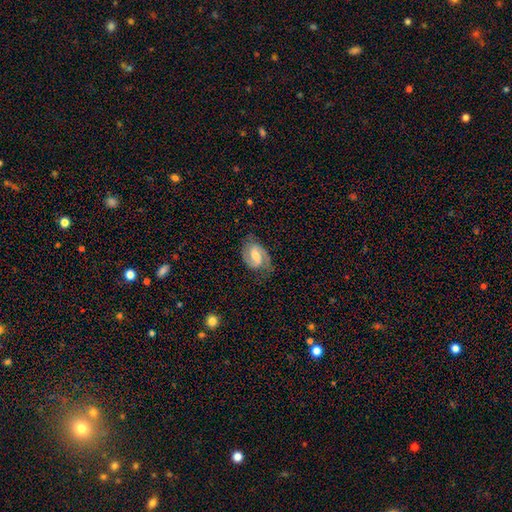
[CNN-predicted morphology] Smooth or featured? Predicted: featured or disk (p=0.84). Edge-on disk? Predicted: no (p=0.98). Bar? Predicted: weak (p=0.52). Spiral arms? Predicted: yes (p=0.96). Spiral winding? Predicted: medium (p=0.54). Spiral arm count? Predicted: 2 (p=0.90). Bulge size? Predicted: moderate (p=0.57). Merging? Predicted: none (p=0.74).